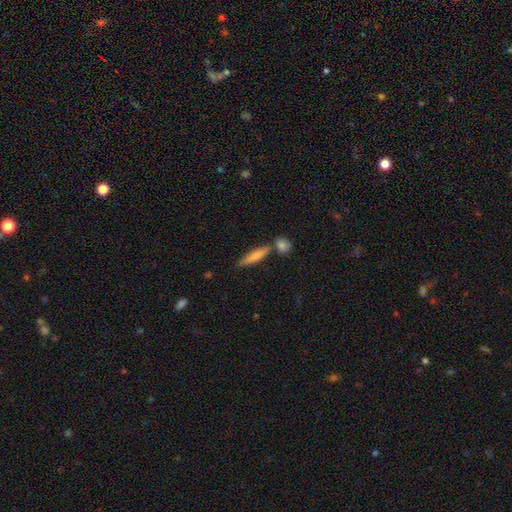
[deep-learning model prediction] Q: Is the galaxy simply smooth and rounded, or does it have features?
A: smooth — 73%.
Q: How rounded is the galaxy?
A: cigar-shaped — 82%.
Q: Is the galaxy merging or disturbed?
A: none — 69%.